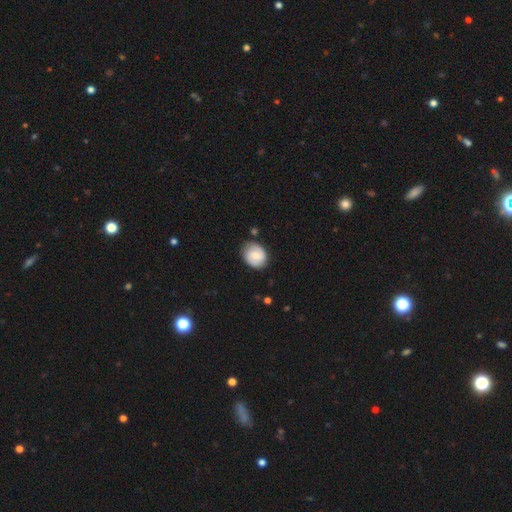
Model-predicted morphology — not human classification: Smooth or featured? Predicted: smooth (p=0.54). How rounded? Predicted: round (p=0.60). Merging? Predicted: none (p=0.78).